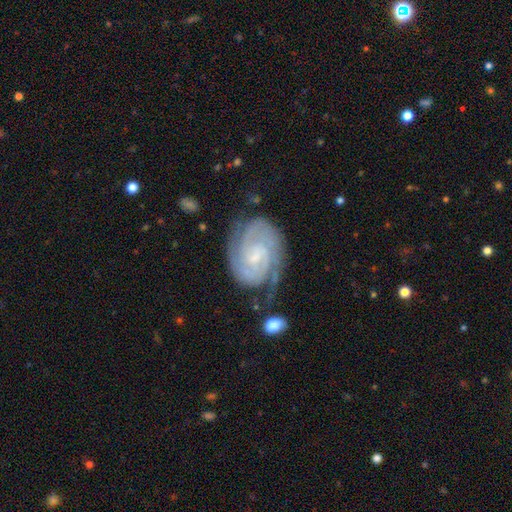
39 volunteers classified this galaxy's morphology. A featured or disk galaxy (92%) with no bar (49%), 2 (86%) tight (94%) spiral arms (100%) and a small central bulge (66%).

Vote fractions:
- Smooth or featured? featured or disk: 92% / star or artifact: 5% / smooth: 3%
- Edge-on disk? no: 97% / yes: 3%
- Bar? no: 49% / weak: 46% / strong: 6%
- Spiral arms? yes: 100% / no: 0%
- Spiral winding? tight: 94% / medium: 6% / loose: 0%
- Spiral arm count? 2: 86% / 3: 6% / can't tell: 6% / 4: 3% / 1: 0% / more than 4: 0%
- Bulge size? small: 66% / moderate: 23% / none: 11% / dominant: 0% / large: 0%
- Merging? none: 81% / minor disturbance: 16% / major disturbance: 3% / merger: 0%